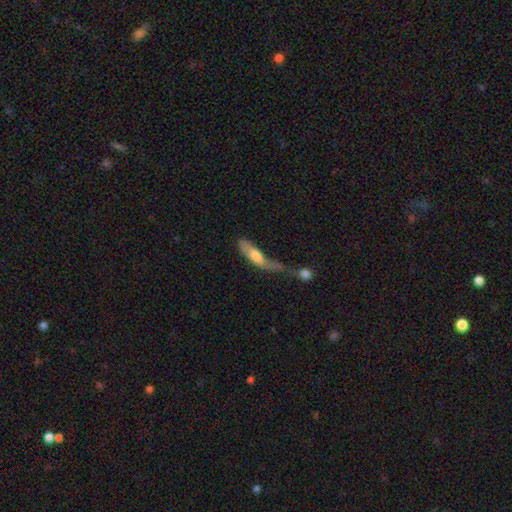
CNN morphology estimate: Smooth or featured: smooth — 57% (featured or disk — 36%)
How rounded: cigar-shaped — 53% (in between — 43%)
Merging: merger — 54% (major disturbance — 23%)